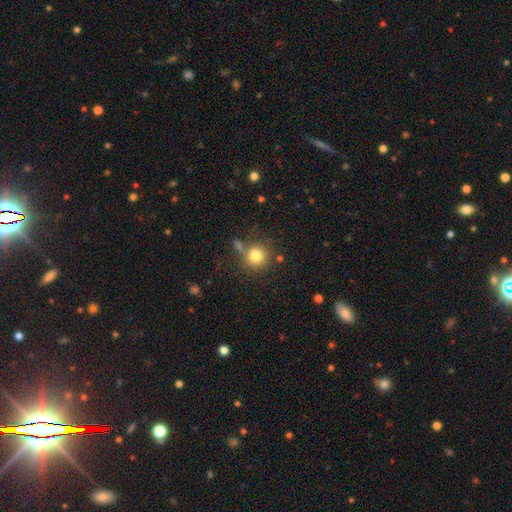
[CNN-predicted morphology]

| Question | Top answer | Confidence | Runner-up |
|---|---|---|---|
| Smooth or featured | smooth | 80% | star or artifact (11%) |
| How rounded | round | 89% | in between (10%) |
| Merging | none | 66% | merger (14%) |